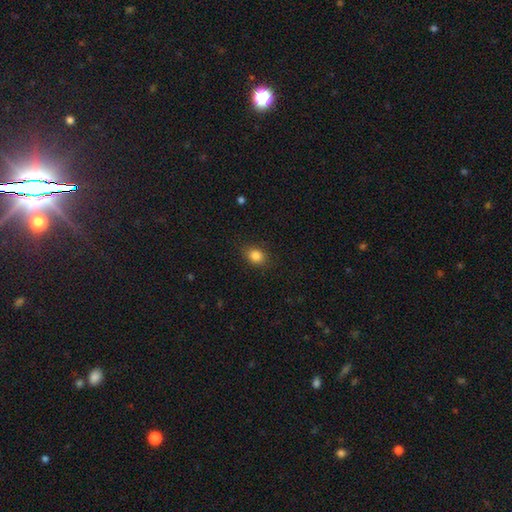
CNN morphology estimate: smooth 84%, star or artifact 10%, featured or disk 5%. Down the decision tree: how rounded — in between (55%); merging — none (85%).